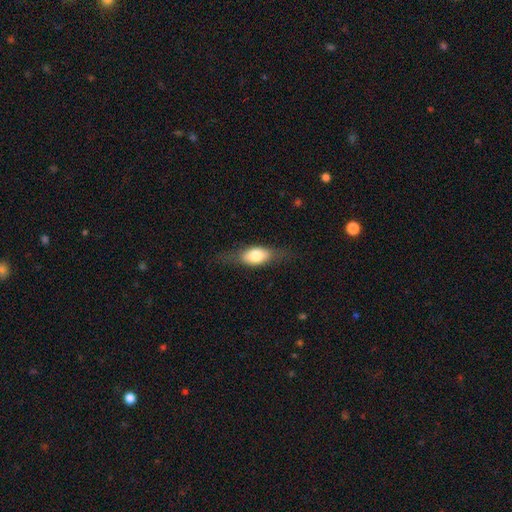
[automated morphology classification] Smooth or featured?
  - smooth: 59% *
  - featured or disk: 34%
  - star or artifact: 7%
How rounded?
  - in between: 73% *
  - cigar-shaped: 19%
  - round: 9%
Merging?
  - none: 71% *
  - minor disturbance: 19%
  - major disturbance: 9%
  - merger: 1%